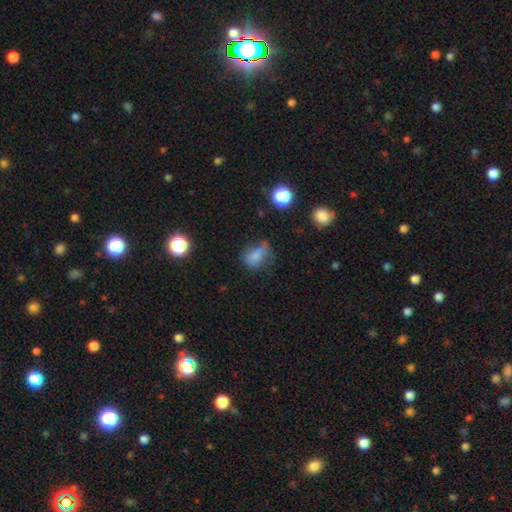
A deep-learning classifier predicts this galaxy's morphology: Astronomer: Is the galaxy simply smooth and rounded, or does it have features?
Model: smooth — 69%.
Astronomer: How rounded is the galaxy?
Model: in between — 74%.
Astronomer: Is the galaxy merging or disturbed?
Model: none — 36% (runner-up: minor disturbance, 31%).